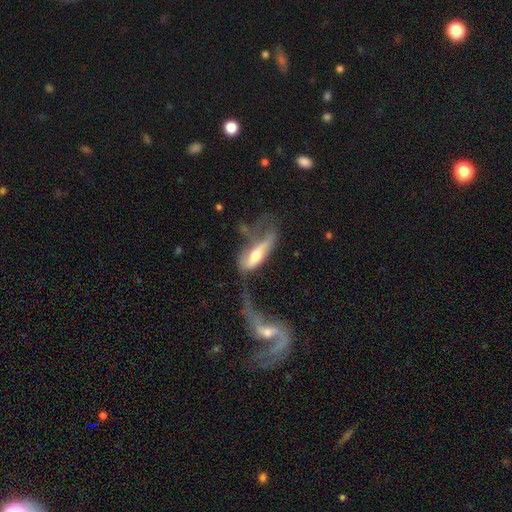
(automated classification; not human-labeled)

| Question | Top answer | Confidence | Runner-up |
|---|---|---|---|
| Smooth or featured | featured or disk | 53% | smooth (40%) |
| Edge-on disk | no | 54% | yes (46%) |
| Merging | major disturbance | 49% | merger (20%) |